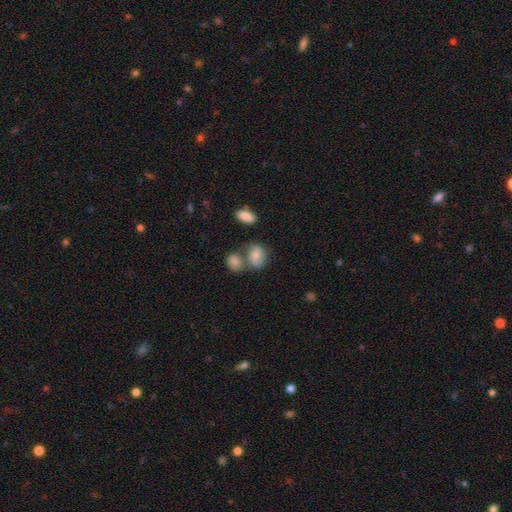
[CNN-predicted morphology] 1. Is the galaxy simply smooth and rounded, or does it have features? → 71% smooth, 21% featured or disk, 8% star or artifact.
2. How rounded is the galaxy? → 68% in between, 30% round, 2% cigar-shaped.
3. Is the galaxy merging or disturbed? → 42% merger, 34% none, 15% minor disturbance, 8% major disturbance.